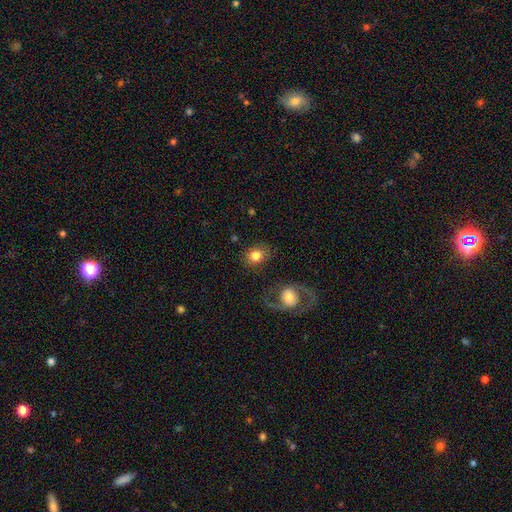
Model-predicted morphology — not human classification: type=smooth (77%); roundness=round (57%); merging=none (77%).